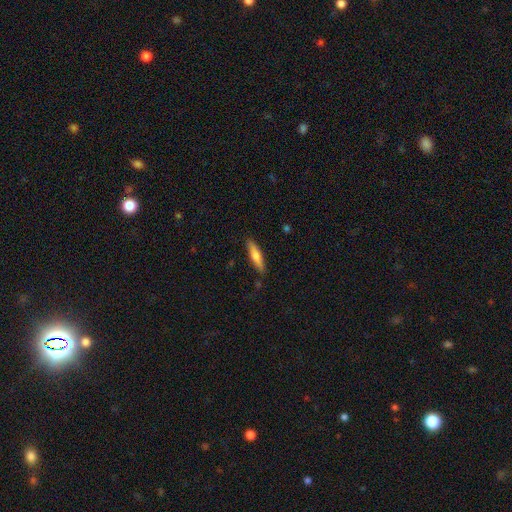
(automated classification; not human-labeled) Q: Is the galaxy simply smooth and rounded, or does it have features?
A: smooth — 61%.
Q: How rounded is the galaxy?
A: cigar-shaped — 77%.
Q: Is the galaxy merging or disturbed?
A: none — 86%.